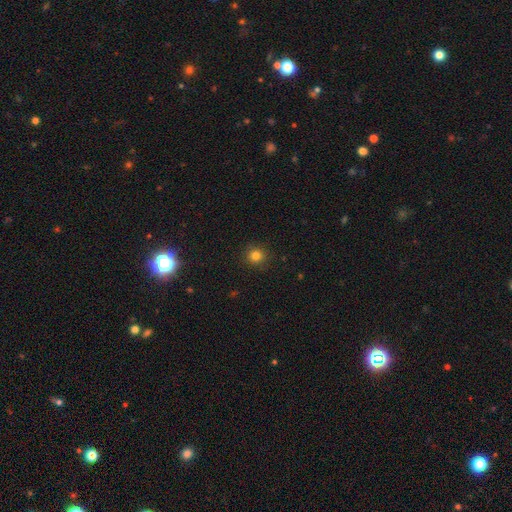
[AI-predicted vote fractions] Morphology: type=smooth (81%); roundness=round (93%); merging=none (91%).